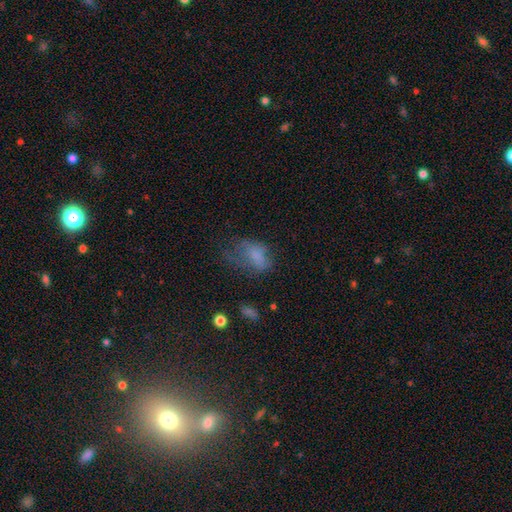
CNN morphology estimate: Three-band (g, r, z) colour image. It shows a smooth galaxy with no disk features (64%) that is in between round and cigar-shaped (82%). Merging: major disturbance (40%).